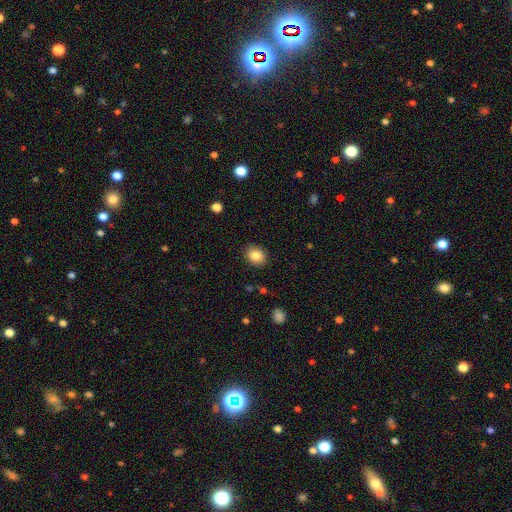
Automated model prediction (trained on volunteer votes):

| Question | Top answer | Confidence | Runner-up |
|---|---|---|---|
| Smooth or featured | smooth | 84% | star or artifact (9%) |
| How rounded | round | 59% | in between (40%) |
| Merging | none | 89% | minor disturbance (8%) |